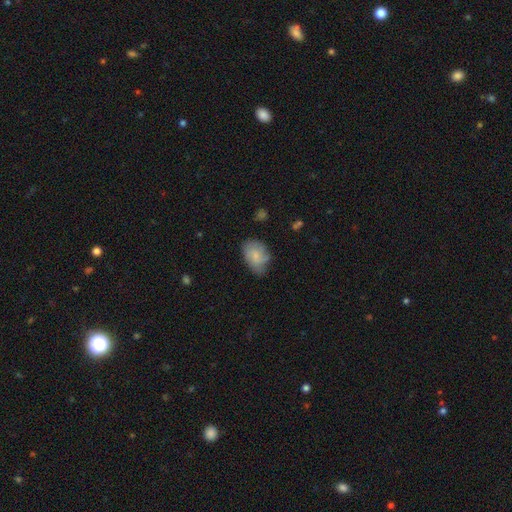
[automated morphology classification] Overall: smooth (72%). How rounded: in between (82%). Merging: none (54%; minor disturbance 35%).